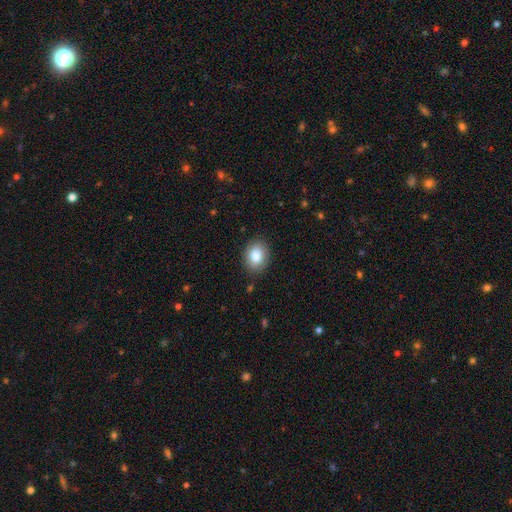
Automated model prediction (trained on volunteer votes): smooth_or_featured: smooth (p=0.85) [alt: star or artifact p=0.08]
how_rounded: in between (p=0.56) [alt: round p=0.43]
merging: none (p=0.87) [alt: minor disturbance p=0.09]